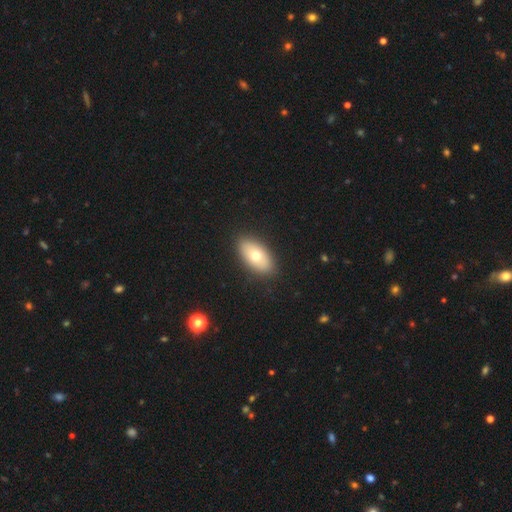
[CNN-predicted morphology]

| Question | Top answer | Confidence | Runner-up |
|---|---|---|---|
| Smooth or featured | smooth | 69% | featured or disk (24%) |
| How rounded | in between | 92% | round (4%) |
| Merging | none | 89% | minor disturbance (8%) |